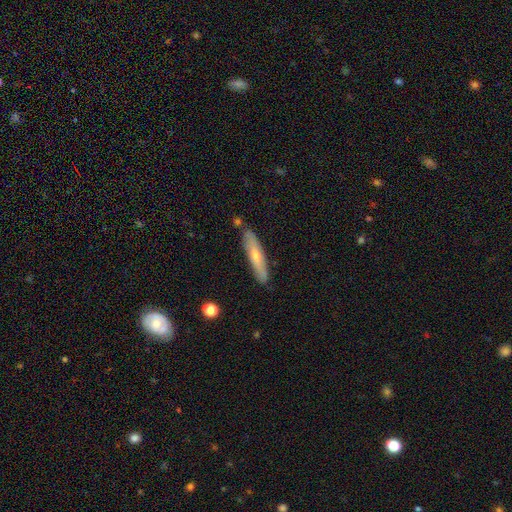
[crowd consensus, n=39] Morphology: type=featured or disk (54%); edge-on=yes (76%); edge-on bulge=rounded (88%); merging=none (89%).